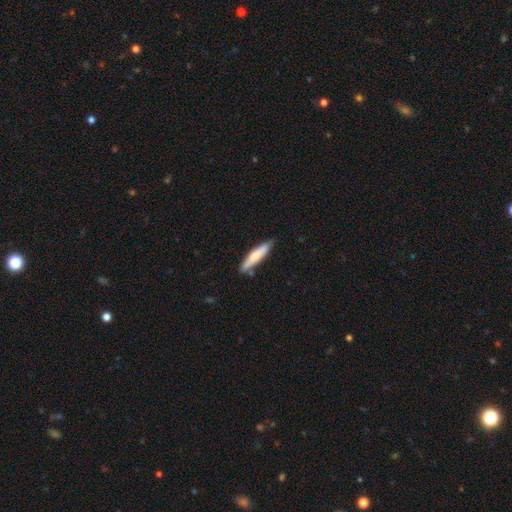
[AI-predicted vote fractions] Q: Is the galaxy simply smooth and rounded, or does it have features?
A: smooth — 69%.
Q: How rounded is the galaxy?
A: cigar-shaped — 84%.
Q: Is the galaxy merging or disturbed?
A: none — 77%.